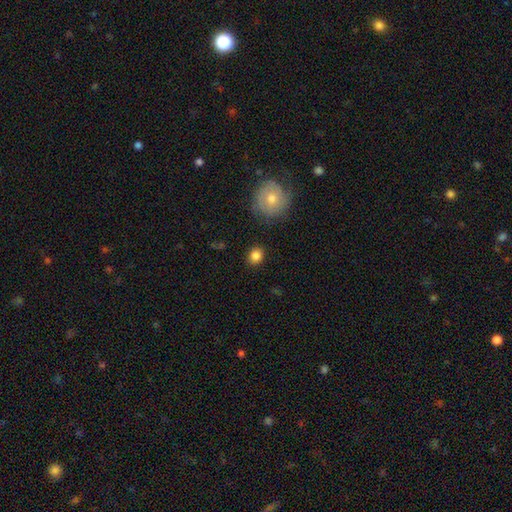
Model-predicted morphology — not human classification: Overall: smooth (84%). How rounded: round (69%; in between 30%). Merging: none (87%).